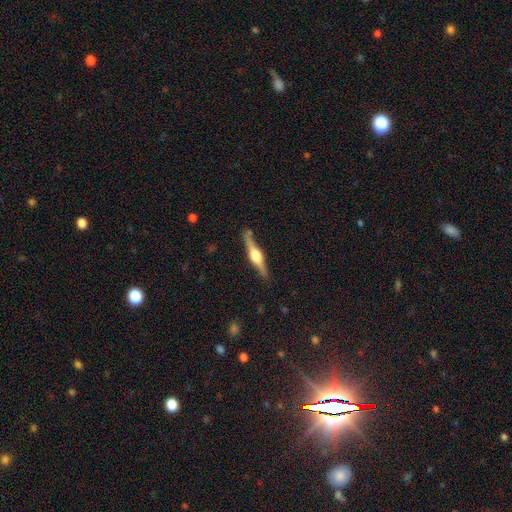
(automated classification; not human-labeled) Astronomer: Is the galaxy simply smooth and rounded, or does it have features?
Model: featured or disk — 79%.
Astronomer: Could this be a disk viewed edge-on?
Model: yes — 98%.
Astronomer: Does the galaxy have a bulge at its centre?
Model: rounded — 94%.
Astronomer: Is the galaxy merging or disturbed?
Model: none — 85%.